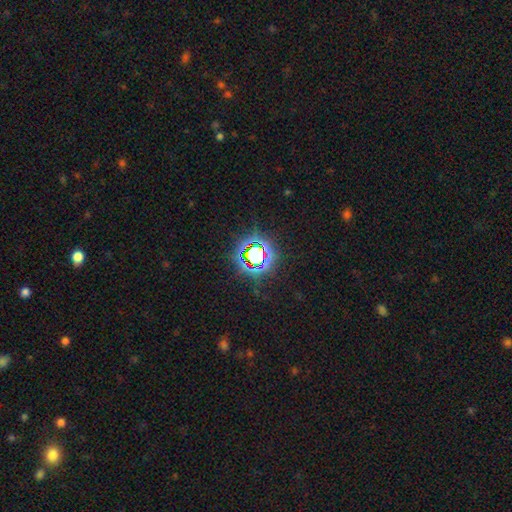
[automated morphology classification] Q: Smooth or featured?
A: star or artifact (74%); runner-up: smooth (16%)